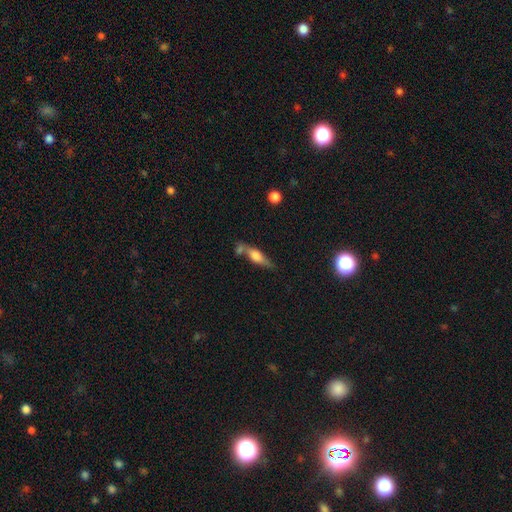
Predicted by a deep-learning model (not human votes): smooth-or-featured: featured or disk: 47% | smooth: 45% | star or artifact: 8%
  merging: none: 51% | merger: 24% | minor disturbance: 18% | major disturbance: 7%